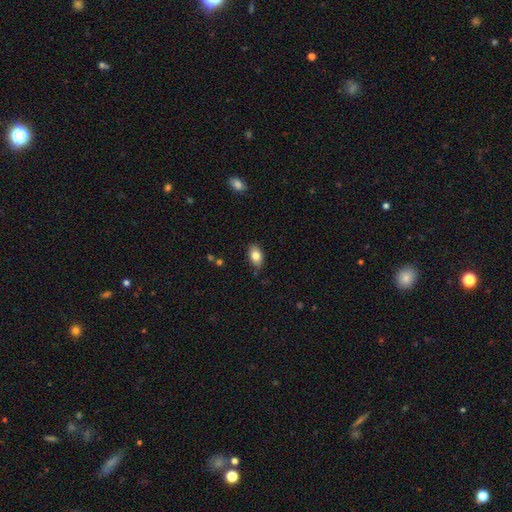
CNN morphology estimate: Smooth or featured? Predicted: smooth (p=0.81). How rounded? Predicted: in between (p=0.89). Merging? Predicted: none (p=0.83).